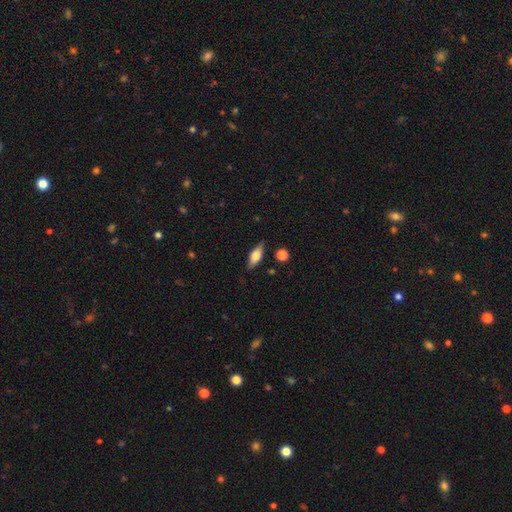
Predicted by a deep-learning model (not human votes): Morphology: type=smooth (63%); roundness=in between (70%); merging=none (83%).